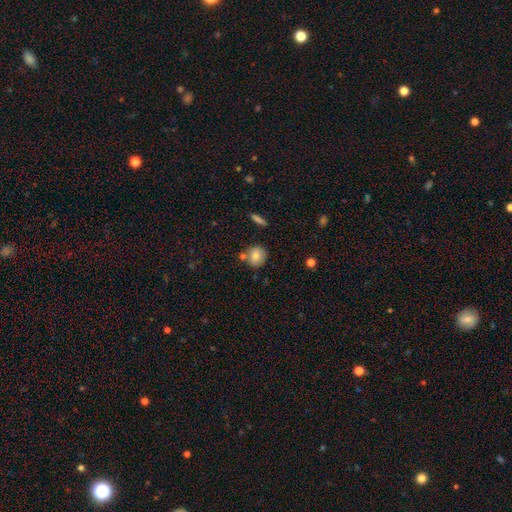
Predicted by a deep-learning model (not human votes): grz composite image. It shows a smooth galaxy with no disk features (77%) that is round (81%). Merging: none (70%).